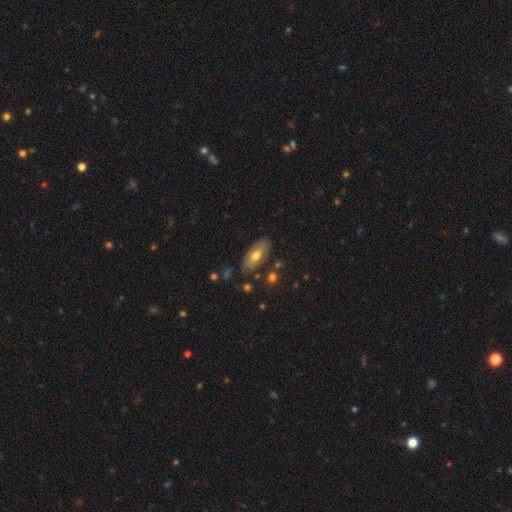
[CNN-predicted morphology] smooth_or_featured: smooth (p=0.57) [alt: featured or disk p=0.36]
how_rounded: in between (p=0.89) [alt: cigar-shaped p=0.08]
merging: none (p=0.80) [alt: minor disturbance p=0.14]